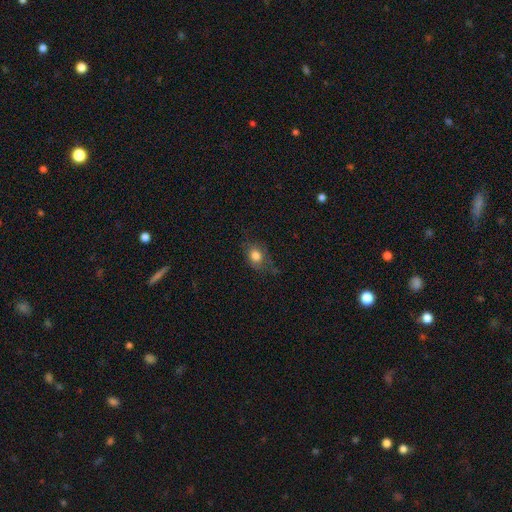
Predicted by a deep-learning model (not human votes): Q: Smooth or featured?
A: smooth (79%); runner-up: featured or disk (11%)
Q: How rounded?
A: in between (53%); runner-up: round (45%)
Q: Merging?
A: none (62%); runner-up: minor disturbance (26%)